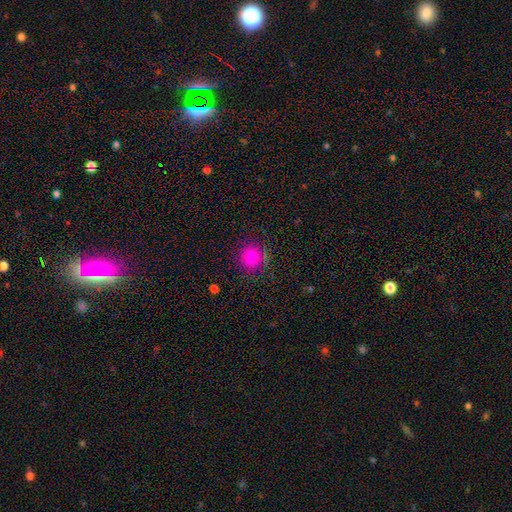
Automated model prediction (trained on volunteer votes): The model was most divided on "smooth or featured": smooth: 81%, star or artifact: 12%, featured or disk: 7%. More confident: how rounded — round (91%); merging — none (85%).